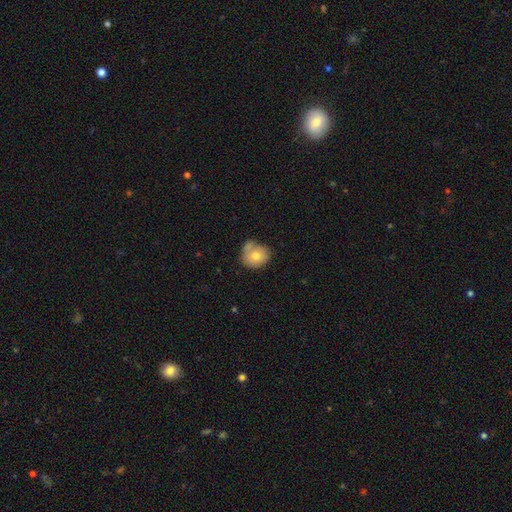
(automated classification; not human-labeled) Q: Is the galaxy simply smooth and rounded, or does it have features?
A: smooth — 75%.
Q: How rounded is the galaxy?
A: round — 80%.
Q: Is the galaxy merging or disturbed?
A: none — 52%.